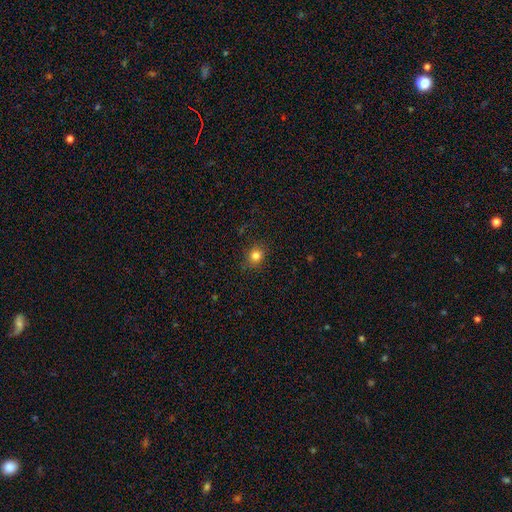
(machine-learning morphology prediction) type=smooth (82%); roundness=round (80%); merging=none (87%).